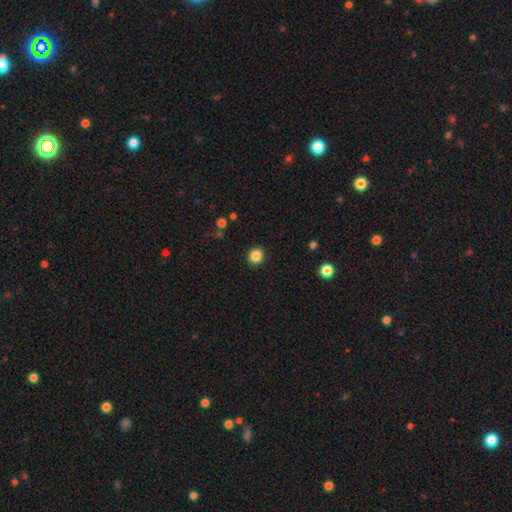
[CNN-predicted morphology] A smooth galaxy with no disk features (86%) that is round (90%).

Vote fractions:
- Smooth or featured? smooth: 86% / star or artifact: 11% / featured or disk: 3%
- How rounded? round: 90% / in between: 9% / cigar-shaped: 1%
- Merging? none: 92% / minor disturbance: 5% / major disturbance: 2% / merger: 1%